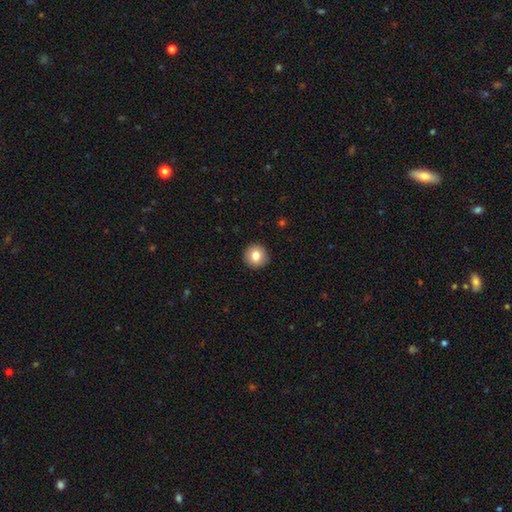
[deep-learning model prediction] This is clearly a smooth galaxy (81%). How rounded: clearly round (96%). Merging: clearly none (93%).